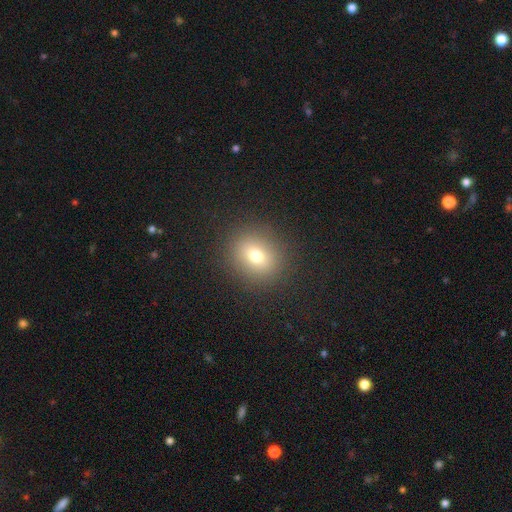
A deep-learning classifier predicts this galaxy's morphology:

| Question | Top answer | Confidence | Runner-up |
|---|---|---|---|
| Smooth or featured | smooth | 74% | star or artifact (14%) |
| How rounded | round | 76% | in between (23%) |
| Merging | none | 89% | minor disturbance (6%) |